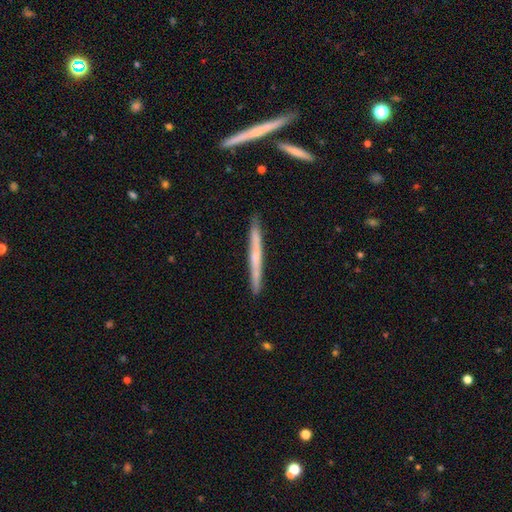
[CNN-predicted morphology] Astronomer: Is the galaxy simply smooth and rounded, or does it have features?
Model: featured or disk — 50% (runner-up: smooth, 45%).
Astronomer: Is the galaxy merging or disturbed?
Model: none — 90%.